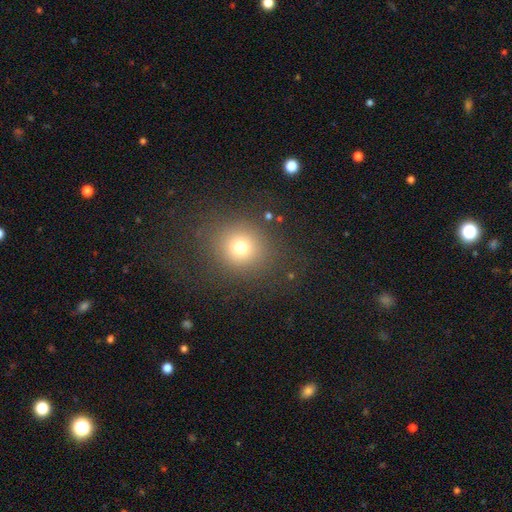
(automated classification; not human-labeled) Q: Smooth or featured?
A: smooth (64%); runner-up: star or artifact (27%)
Q: How rounded?
A: round (77%); runner-up: in between (22%)
Q: Merging?
A: none (85%); runner-up: minor disturbance (9%)